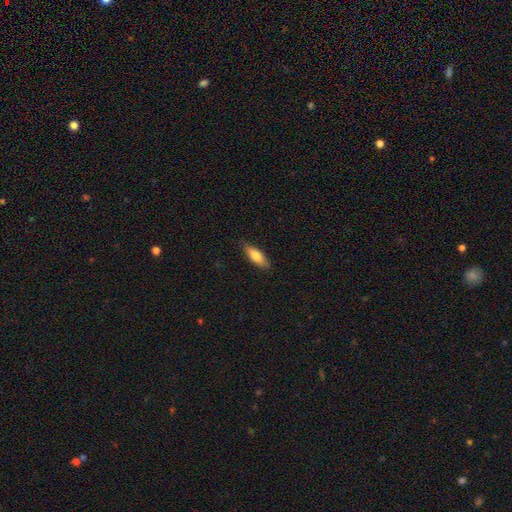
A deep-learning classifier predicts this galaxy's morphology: This is likely a smooth galaxy (71%). How rounded: possibly in between (56%). Merging: clearly none (86%).